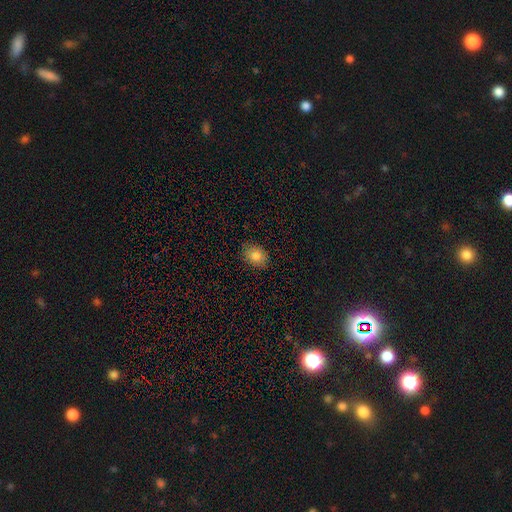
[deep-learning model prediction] Q: Smooth or featured?
A: smooth (82%); runner-up: star or artifact (9%)
Q: How rounded?
A: in between (61%); runner-up: round (38%)
Q: Merging?
A: none (86%); runner-up: minor disturbance (11%)